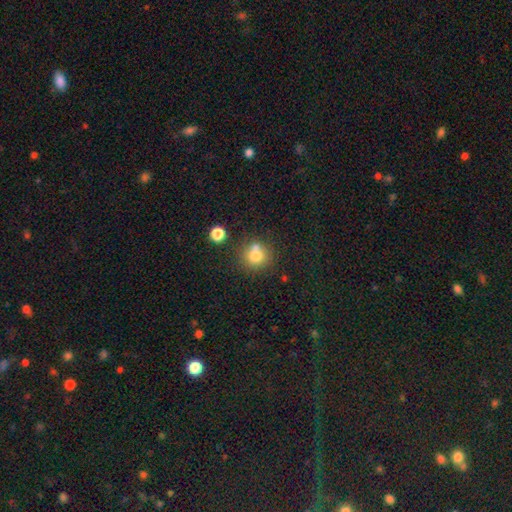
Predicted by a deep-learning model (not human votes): Smooth or featured: smooth — 77% (star or artifact — 12%)
How rounded: round — 89% (in between — 10%)
Merging: none — 61% (merger — 26%)